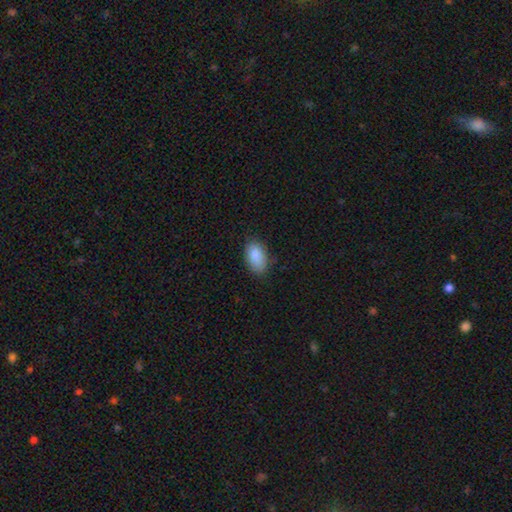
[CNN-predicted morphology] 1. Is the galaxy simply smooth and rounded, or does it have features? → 88% smooth, 7% star or artifact, 5% featured or disk.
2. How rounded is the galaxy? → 93% in between, 4% round, 2% cigar-shaped.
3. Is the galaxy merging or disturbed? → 80% none, 16% minor disturbance, 3% major disturbance, 1% merger.